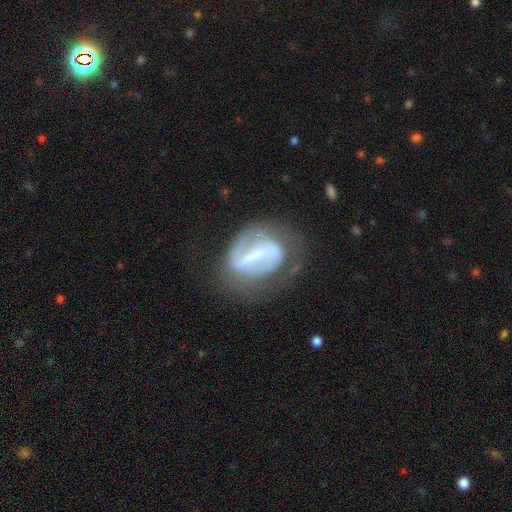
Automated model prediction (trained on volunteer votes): featured or disk 80%, smooth 14%, star or artifact 7%. Down the decision tree: edge-on disk — no (96%); bar — strong (67%); spiral arms — yes (81%); spiral arm count — 2 (68%); spiral winding — medium (42%); bulge size — small (43%); merging — none (54%).